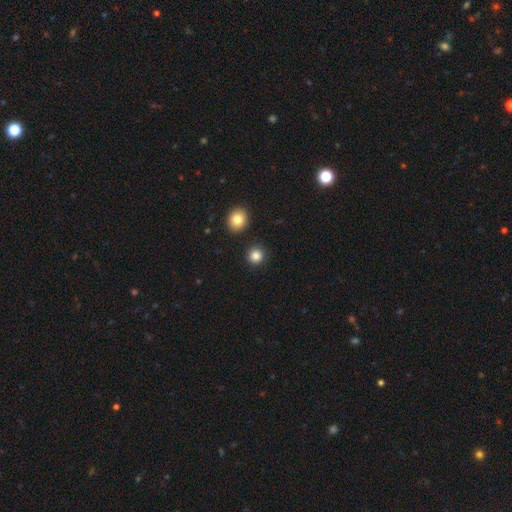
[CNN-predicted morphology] A smooth galaxy with no disk features (85%) that is round (91%).

Vote fractions:
- Smooth or featured? smooth: 85% / star or artifact: 11% / featured or disk: 4%
- How rounded? round: 91% / in between: 8% / cigar-shaped: 1%
- Merging? none: 90% / minor disturbance: 5% / merger: 3% / major disturbance: 2%